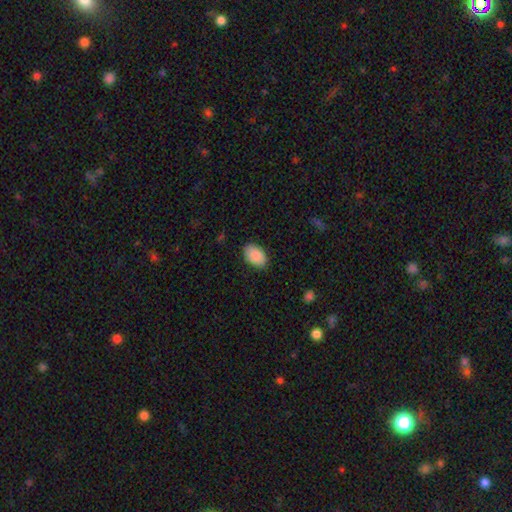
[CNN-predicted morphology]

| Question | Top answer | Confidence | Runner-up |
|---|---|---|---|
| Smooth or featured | smooth | 90% | star or artifact (6%) |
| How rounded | in between | 91% | round (8%) |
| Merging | none | 85% | minor disturbance (12%) |